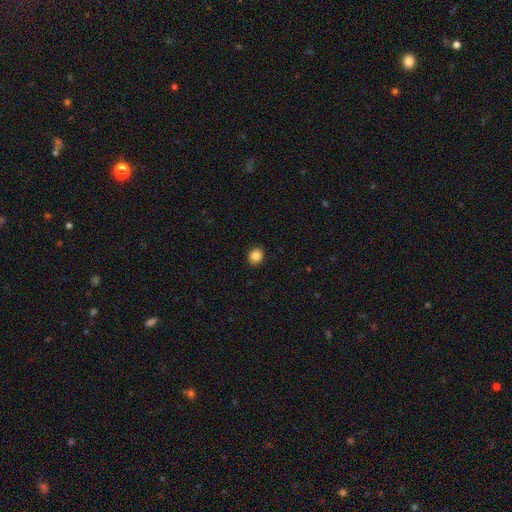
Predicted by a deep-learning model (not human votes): Morphology: type=smooth (86%); roundness=round (72%); merging=none (92%).